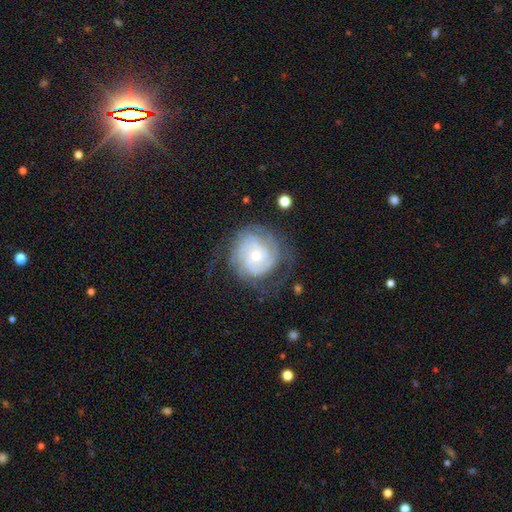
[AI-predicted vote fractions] This is clearly a featured or disk galaxy (81%). It is clearly not viewed edge-on (97%). Bar: likely no (73%). Spiral arm pattern: clearly yes (94%). Spiral arm count: marginally can't tell (40%). Spiral winding: likely tight (71%). Central bulge: possibly small (57%). Merging: likely none (66%).